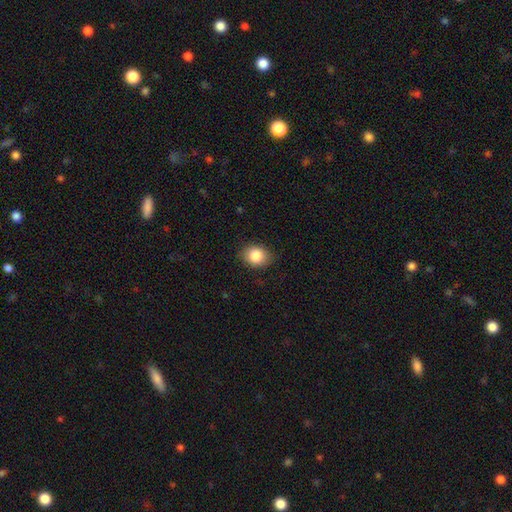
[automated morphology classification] A smooth galaxy with no disk features (85%) that is round (61%). Merging: none (84%).